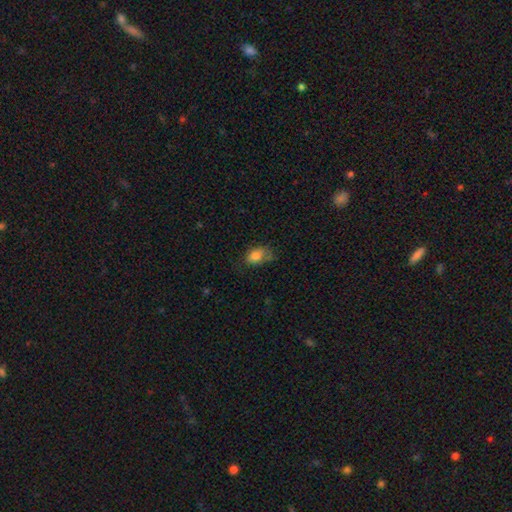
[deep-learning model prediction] A smooth galaxy with no disk features (80%) that is in between round and cigar-shaped (79%).

Vote fractions:
- Smooth or featured? smooth: 80% / featured or disk: 11% / star or artifact: 9%
- How rounded? in between: 79% / round: 19% / cigar-shaped: 2%
- Merging? none: 47% / minor disturbance: 35% / major disturbance: 13% / merger: 5%